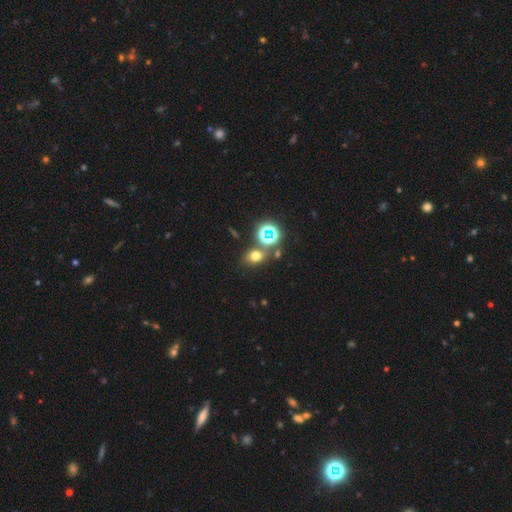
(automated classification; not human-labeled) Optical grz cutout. It shows a smooth galaxy with no disk features (62%) that is in between round and cigar-shaped (50%). Merging: none (68%).